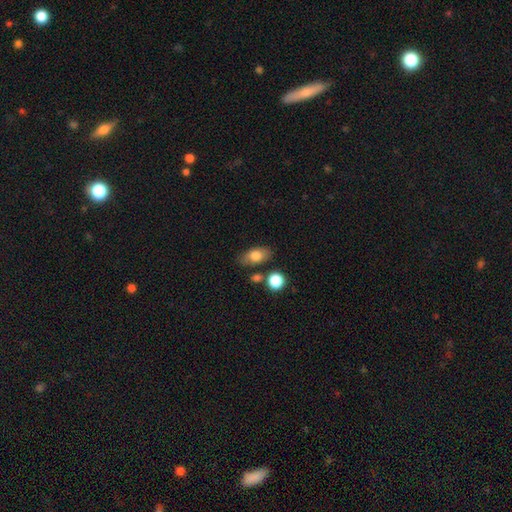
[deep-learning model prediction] smooth-or-featured: smooth: 76% | featured or disk: 17% | star or artifact: 8%
  how-rounded: in between: 85% | round: 10% | cigar-shaped: 5%
  merging: none: 76% | minor disturbance: 14% | merger: 7% | major disturbance: 4%